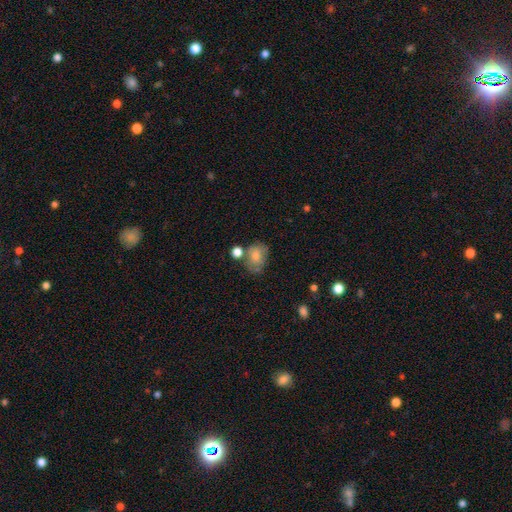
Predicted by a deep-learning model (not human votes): smooth-or-featured: smooth: 73% | featured or disk: 18% | star or artifact: 9%
  how-rounded: in between: 65% | round: 34% | cigar-shaped: 1%
  merging: none: 46% | minor disturbance: 22% | merger: 21% | major disturbance: 11%